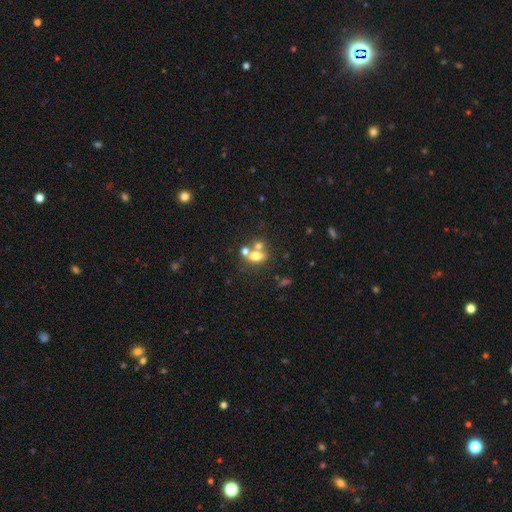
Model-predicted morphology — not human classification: Overall: smooth (66%). How rounded: in between (70%). Merging: merger (46%; none 39%).